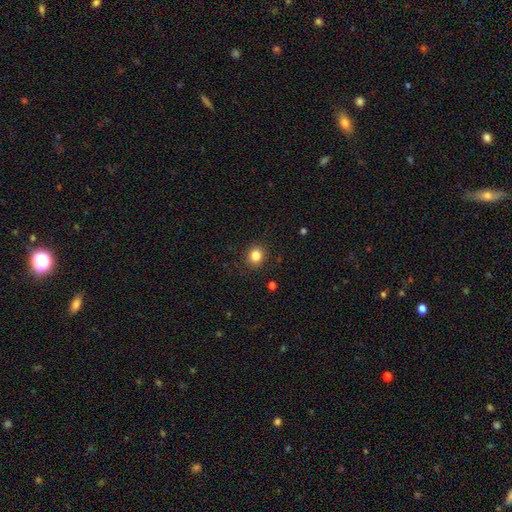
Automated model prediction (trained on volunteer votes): Smooth or featured?
  - smooth: 85% *
  - star or artifact: 10%
  - featured or disk: 5%
How rounded?
  - round: 68% *
  - in between: 31%
  - cigar-shaped: 1%
Merging?
  - none: 88% *
  - minor disturbance: 8%
  - major disturbance: 3%
  - merger: 1%